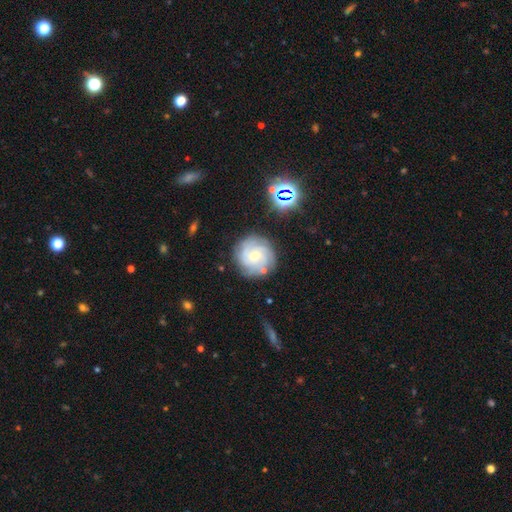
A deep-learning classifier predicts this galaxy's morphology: Smooth or featured?
  - featured or disk: 75% *
  - smooth: 16%
  - star or artifact: 9%
Edge-on disk?
  - no: 98% *
  - yes: 2%
Bar?
  - no: 67% *
  - weak: 28%
  - strong: 5%
Spiral arms?
  - yes: 94% *
  - no: 6%
Spiral winding?
  - tight: 69% *
  - medium: 25%
  - loose: 6%
Spiral arm count?
  - can't tell: 30% *
  - 4: 24%
  - 3: 22%
  - 2: 11%
  - more than 4: 8%
  - 1: 5%
Bulge size?
  - small: 53% *
  - moderate: 43%
  - large: 2%
  - none: 1%
  - dominant: 1%
Merging?
  - none: 79% *
  - minor disturbance: 13%
  - major disturbance: 5%
  - merger: 4%